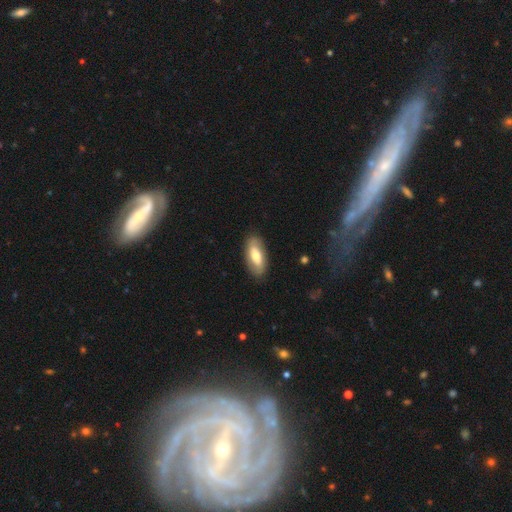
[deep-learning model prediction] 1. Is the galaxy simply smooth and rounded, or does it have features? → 61% smooth, 34% featured or disk, 5% star or artifact.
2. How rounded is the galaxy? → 87% in between, 10% cigar-shaped, 3% round.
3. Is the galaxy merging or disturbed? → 85% none, 11% minor disturbance, 3% major disturbance, 1% merger.